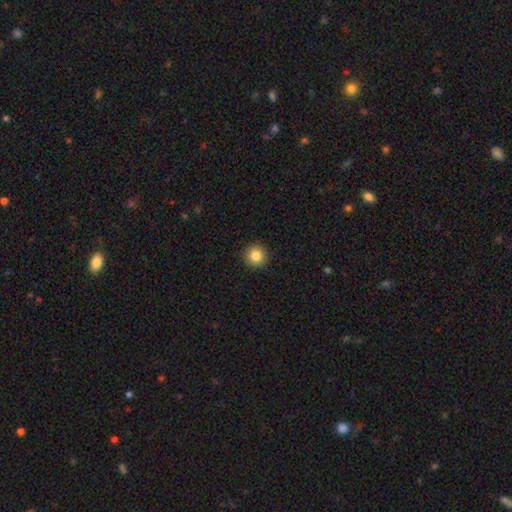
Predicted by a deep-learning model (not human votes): Smooth or featured? smooth (85%)
How rounded? round (94%)
Merging? none (93%)